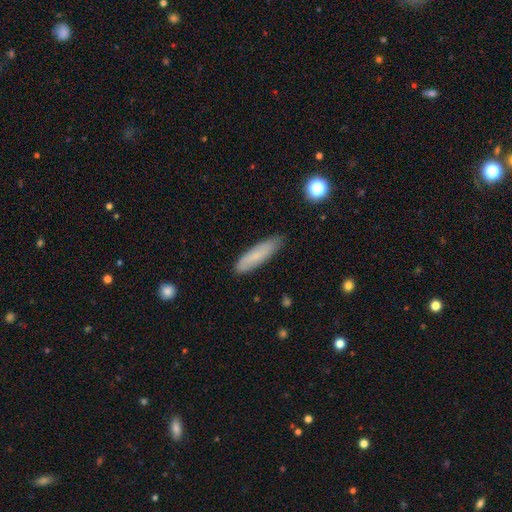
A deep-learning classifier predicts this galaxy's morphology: Overall: smooth (74%). How rounded: cigar-shaped (72%). Merging: none (83%).